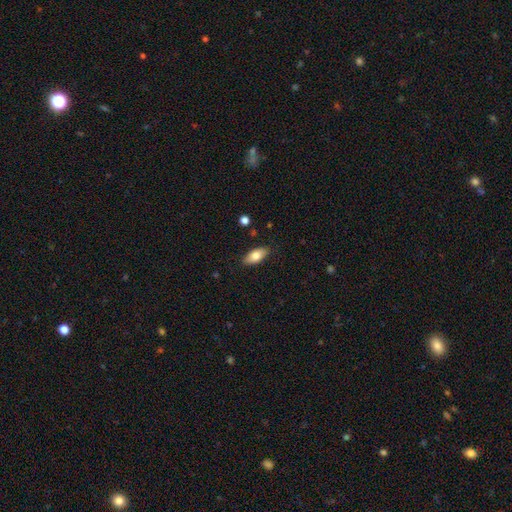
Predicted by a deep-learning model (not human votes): Smooth or featured? smooth (79%)
How rounded? in between (88%)
Merging? none (86%)